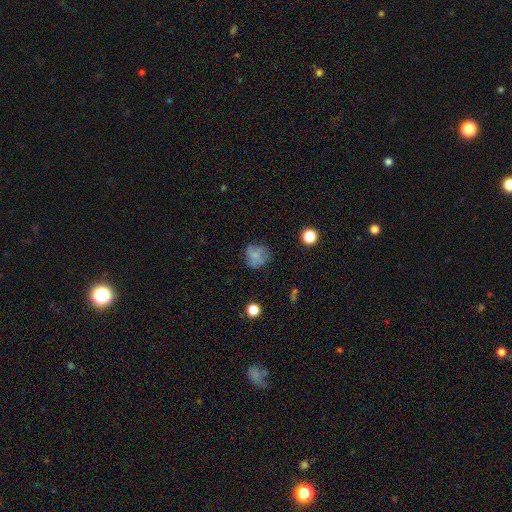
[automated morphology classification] A smooth galaxy with no disk features (69%) that is round (81%).

Vote fractions:
- Smooth or featured? smooth: 69% / featured or disk: 19% / star or artifact: 13%
- How rounded? round: 81% / in between: 18% / cigar-shaped: 1%
- Merging? none: 67% / minor disturbance: 21% / major disturbance: 10% / merger: 3%